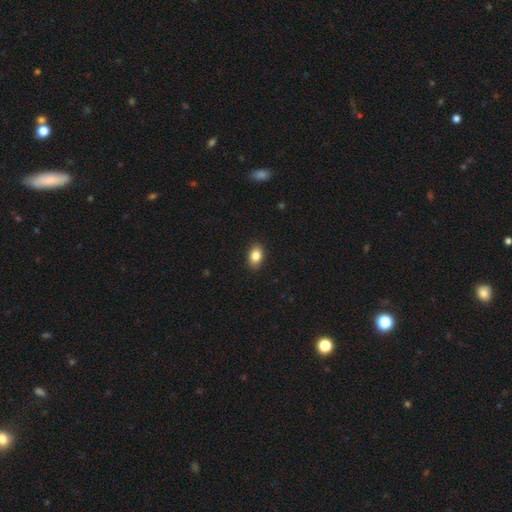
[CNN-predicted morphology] This appears to be a smooth galaxy with no disk features (84%) that is in between round and cigar-shaped (84%). Merging: none (89%).